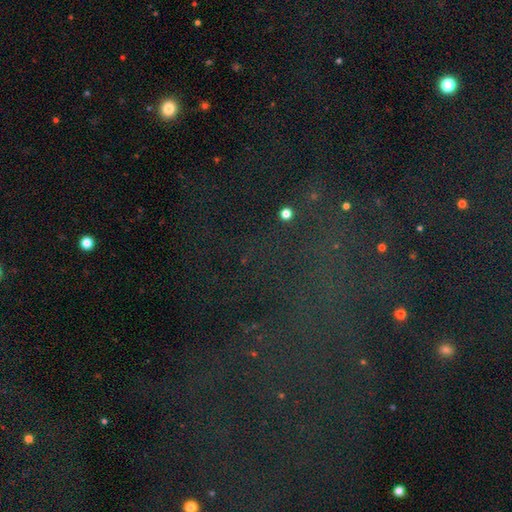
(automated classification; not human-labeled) Smooth or featured?
  - star or artifact: 77% *
  - smooth: 13%
  - featured or disk: 10%